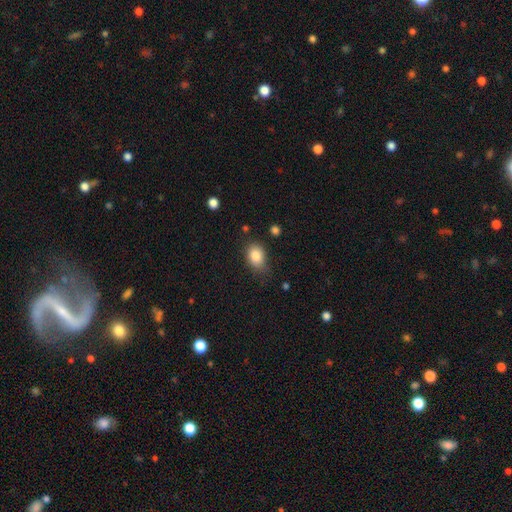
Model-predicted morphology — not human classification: This is clearly a smooth galaxy (85%). How rounded: likely in between (71%). Merging: likely none (69%).